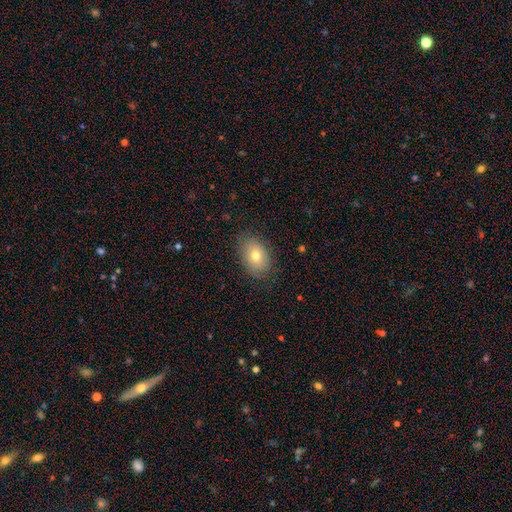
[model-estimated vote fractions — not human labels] This is likely a smooth galaxy (73%). How rounded: likely in between (77%). Merging: clearly none (82%).